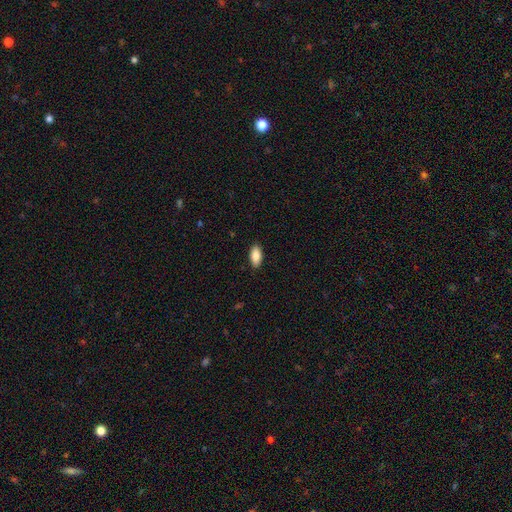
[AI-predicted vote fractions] This is clearly a smooth galaxy (88%). How rounded: clearly in between (91%). Merging: clearly none (89%).